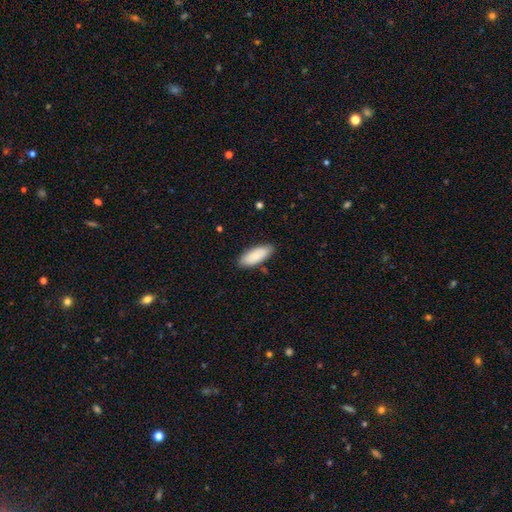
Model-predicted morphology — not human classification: smooth_or_featured: smooth (p=0.80) [alt: featured or disk p=0.14]
how_rounded: in between (p=0.83) [alt: cigar-shaped p=0.15]
merging: none (p=0.83) [alt: minor disturbance p=0.13]